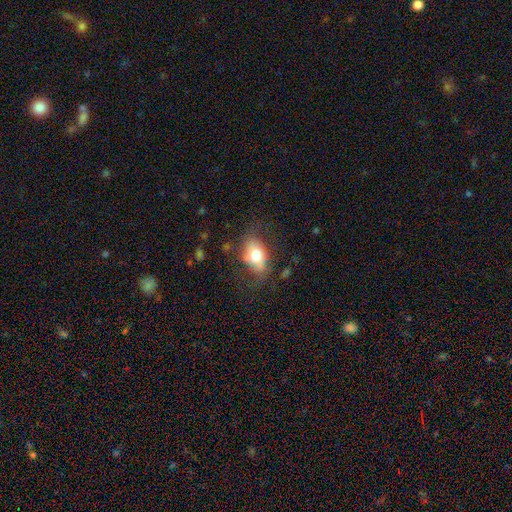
Smooth or featured: smooth — 63% (featured or disk — 32%)
How rounded: in between — 79% (round — 17%)
Merging: none — 64% (minor disturbance — 22%)